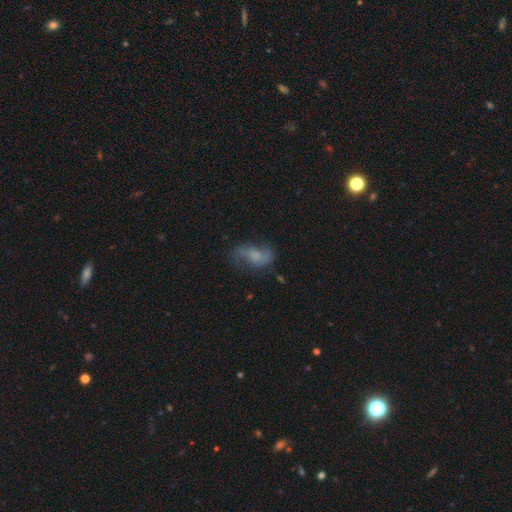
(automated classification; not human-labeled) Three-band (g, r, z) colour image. It shows a featured or disk galaxy (53%) with no bar (57%), spiral arms (81%) and no central bulge (31%). Merging: none (57%).